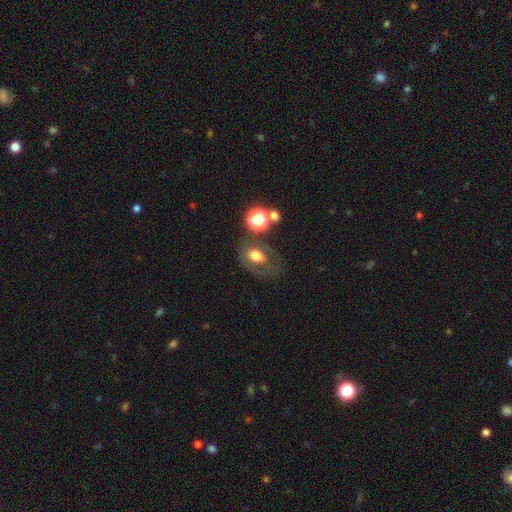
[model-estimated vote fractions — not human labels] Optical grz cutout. It shows a smooth galaxy with no disk features (56%) that is in between round and cigar-shaped (68%). Merging: none (56%).